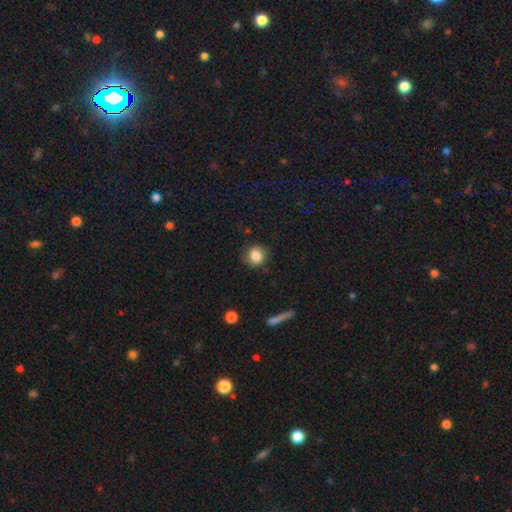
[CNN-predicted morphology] A smooth galaxy with no disk features (78%) that is round (74%). Merging: none (75%).